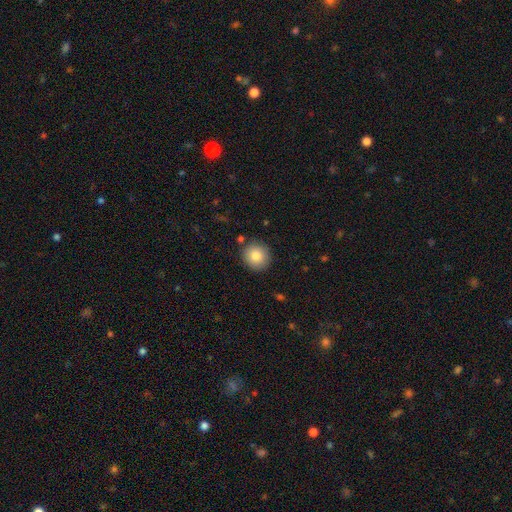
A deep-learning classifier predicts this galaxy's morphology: smooth_or_featured: smooth (p=0.83) [alt: star or artifact p=0.09]
how_rounded: round (p=0.91) [alt: in between p=0.08]
merging: none (p=0.88) [alt: minor disturbance p=0.08]